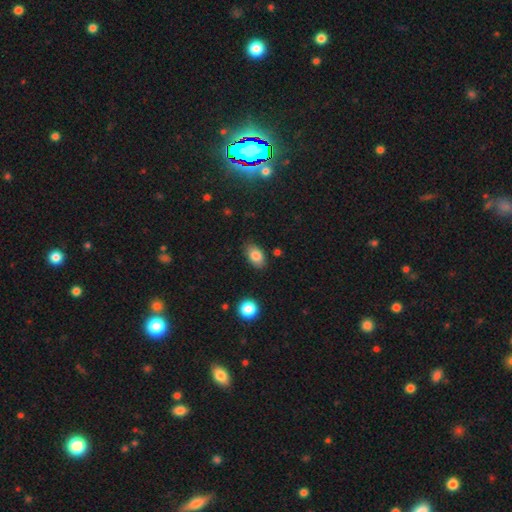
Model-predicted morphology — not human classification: smooth 83%, star or artifact 9%, featured or disk 8%. Down the decision tree: how rounded — in between (89%); merging — none (83%).